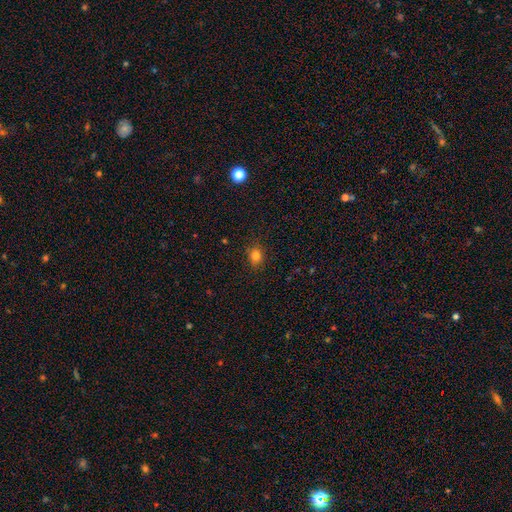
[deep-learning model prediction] smooth_or_featured: smooth (p=0.80) [alt: star or artifact p=0.14]
how_rounded: round (p=0.60) [alt: in between p=0.39]
merging: none (p=0.87) [alt: minor disturbance p=0.10]